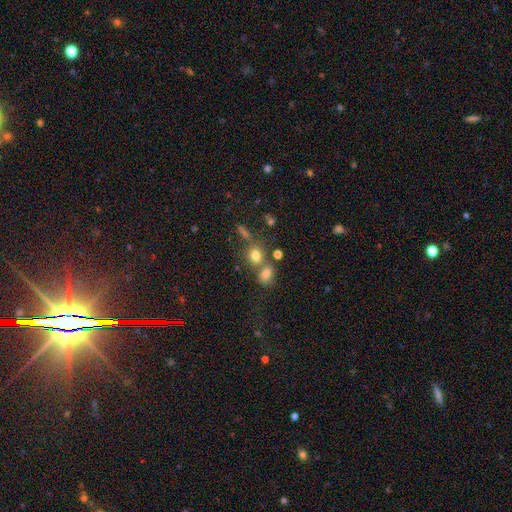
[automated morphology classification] A smooth galaxy with no disk features (74%) that is round (59%).

Vote fractions:
- Smooth or featured? smooth: 74% / star or artifact: 15% / featured or disk: 11%
- How rounded? round: 59% / in between: 39% / cigar-shaped: 2%
- Merging? none: 49% / merger: 35% / minor disturbance: 11% / major disturbance: 5%